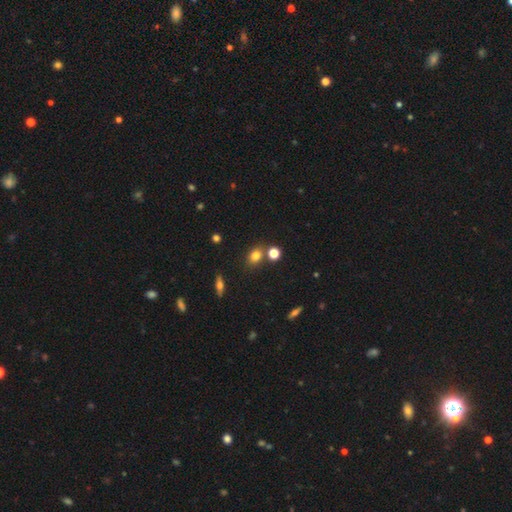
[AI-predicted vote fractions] The model was most divided on "how rounded": in between: 50%, round: 48%, cigar-shaped: 2%. More confident: smooth or featured — smooth (77%); merging — none (70%).